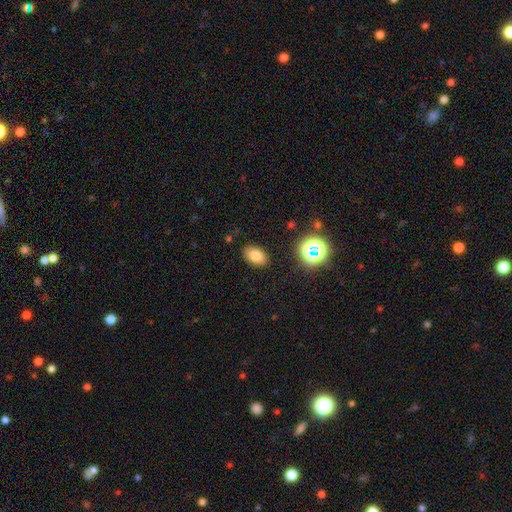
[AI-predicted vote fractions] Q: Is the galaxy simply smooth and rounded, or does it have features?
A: smooth — 77%.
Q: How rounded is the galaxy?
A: in between — 87%.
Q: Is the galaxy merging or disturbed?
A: none — 87%.